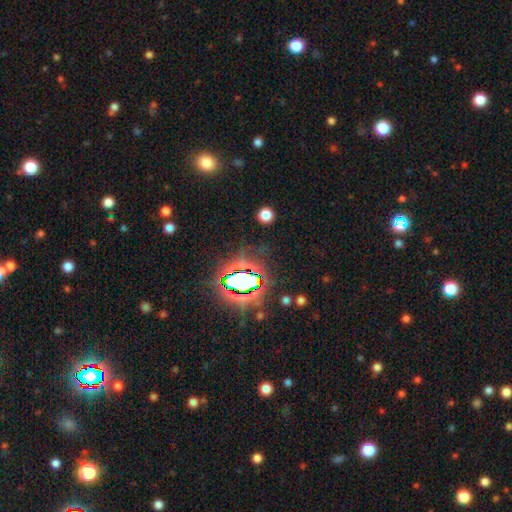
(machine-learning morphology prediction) A star or artifact, not a galaxy (81%).